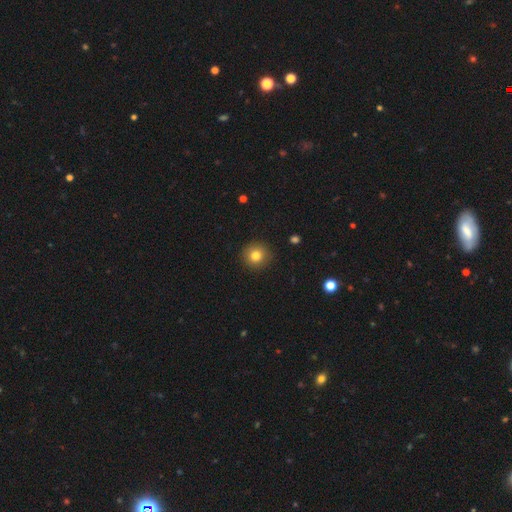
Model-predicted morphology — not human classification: The model was most divided on "smooth or featured": smooth: 80%, star or artifact: 11%, featured or disk: 8%. More confident: how rounded — round (94%); merging — none (91%).